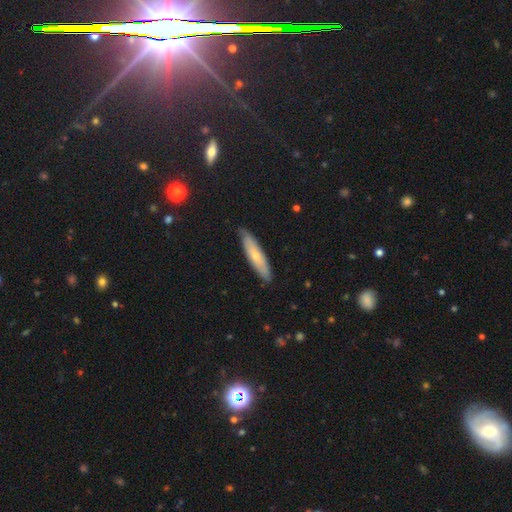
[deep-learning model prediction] This appears to be a smooth galaxy with no disk features (56%) that is cigar-shaped (77%). Merging: none (84%).